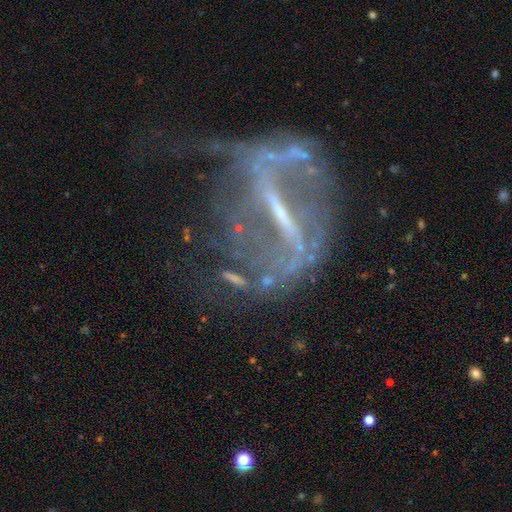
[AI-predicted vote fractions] This appears to be a featured or disk galaxy (79%) with a strong bar (67%), spiral arms (58%) and a small central bulge (52%). Merging: major disturbance (42%).